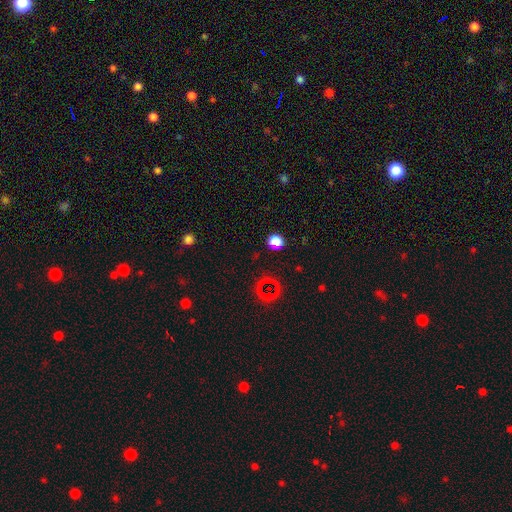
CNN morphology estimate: star or artifact 54%, smooth 38%, featured or disk 8%.